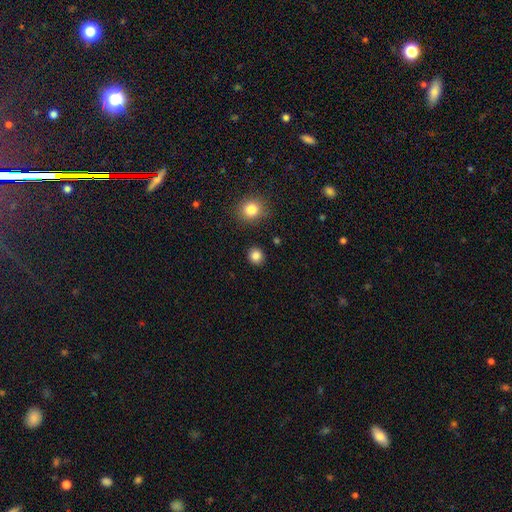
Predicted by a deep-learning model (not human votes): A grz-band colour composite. It shows a smooth galaxy with no disk features (85%) that is round (87%). Merging: none (91%).